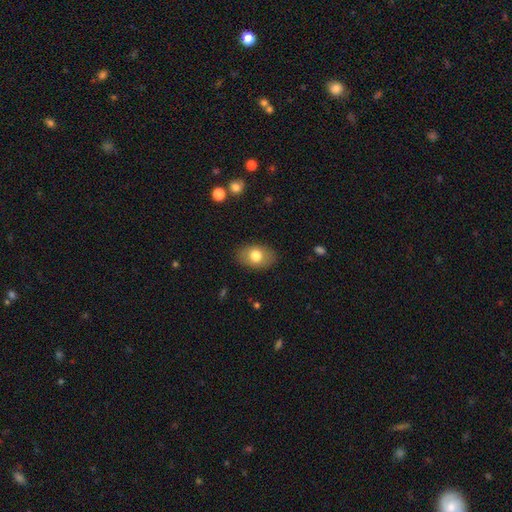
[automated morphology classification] Smooth or featured? smooth (76%)
How rounded? in between (83%)
Merging? none (86%)